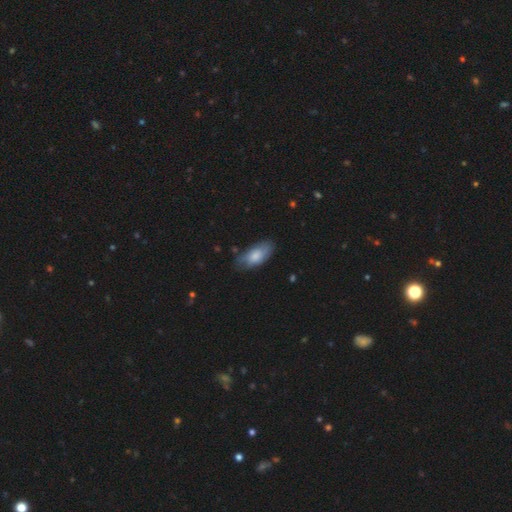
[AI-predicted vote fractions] smooth-or-featured: smooth: 74% | featured or disk: 20% | star or artifact: 6%
  how-rounded: in between: 90% | cigar-shaped: 8% | round: 3%
  merging: none: 66% | minor disturbance: 26% | major disturbance: 6% | merger: 2%